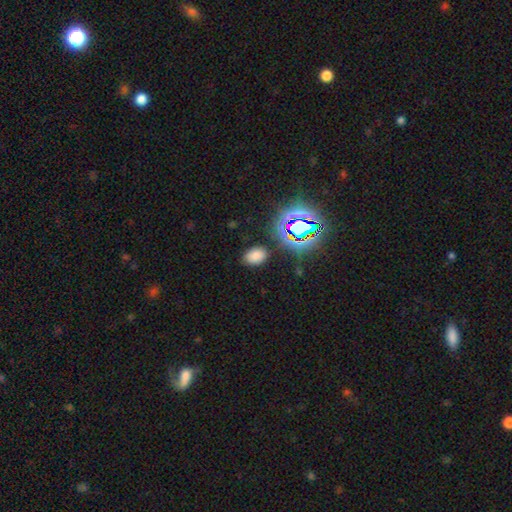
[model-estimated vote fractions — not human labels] Smooth or featured? Predicted: smooth (p=0.71). How rounded? Predicted: in between (p=0.81). Merging? Predicted: none (p=0.83).